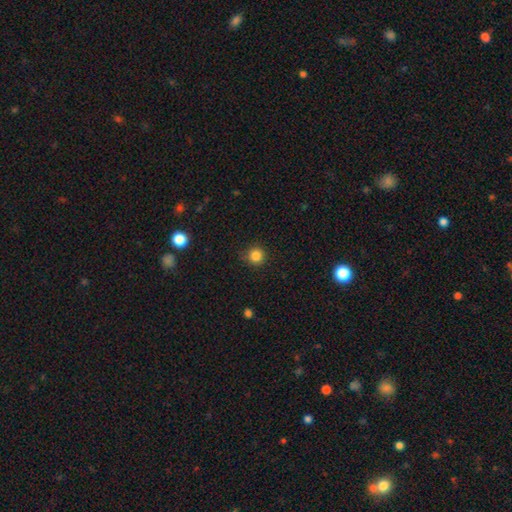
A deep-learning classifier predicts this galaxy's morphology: Q: Smooth or featured?
A: smooth (84%); runner-up: star or artifact (12%)
Q: How rounded?
A: round (94%); runner-up: in between (5%)
Q: Merging?
A: none (86%); runner-up: minor disturbance (10%)